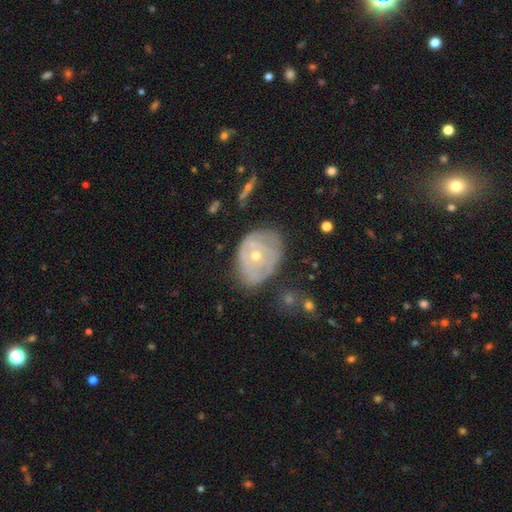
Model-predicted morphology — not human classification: A featured or disk galaxy (71%) with no bar (80%), spiral arms (65%) and a small central bulge (51%).

Vote fractions:
- Smooth or featured? featured or disk: 71% / smooth: 22% / star or artifact: 7%
- Edge-on disk? no: 96% / yes: 4%
- Bar? no: 80% / weak: 16% / strong: 4%
- Spiral arms? yes: 65% / no: 35%
- Bulge size? small: 51% / moderate: 46% / large: 1% / none: 1% / dominant: 1%
- Merging? none: 56% / minor disturbance: 30% / major disturbance: 12% / merger: 3%